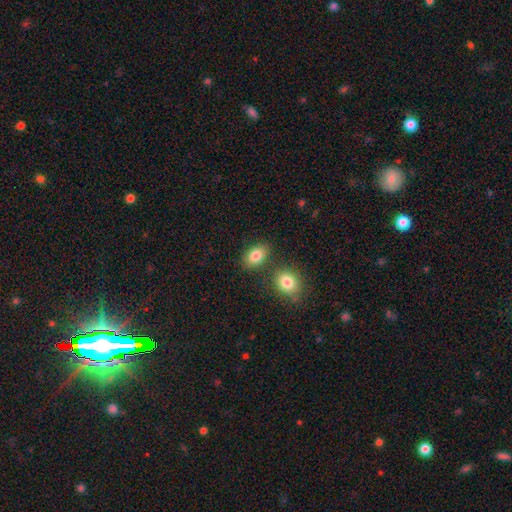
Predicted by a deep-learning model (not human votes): Overall: smooth (84%). How rounded: in between (82%). Merging: none (74%).